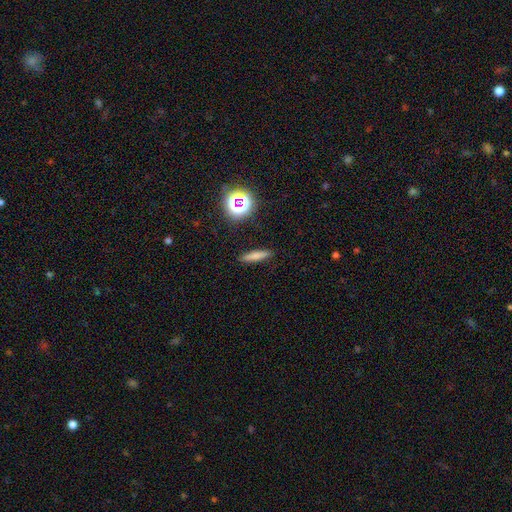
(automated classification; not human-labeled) Smooth or featured: smooth — 72% (featured or disk — 15%)
How rounded: cigar-shaped — 83% (in between — 13%)
Merging: none — 90% (minor disturbance — 7%)